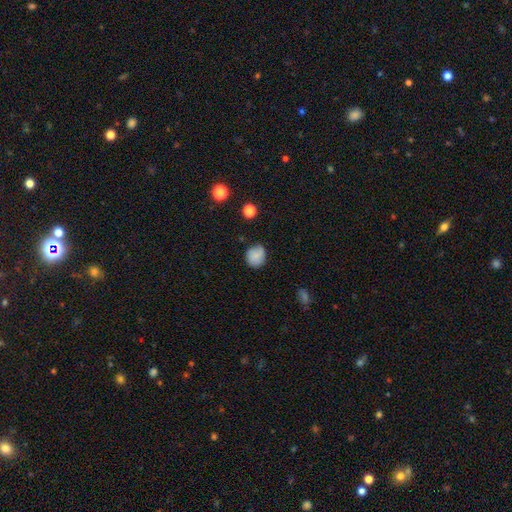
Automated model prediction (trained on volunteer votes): This is clearly a smooth galaxy (81%). How rounded: likely round (79%). Merging: likely none (74%).